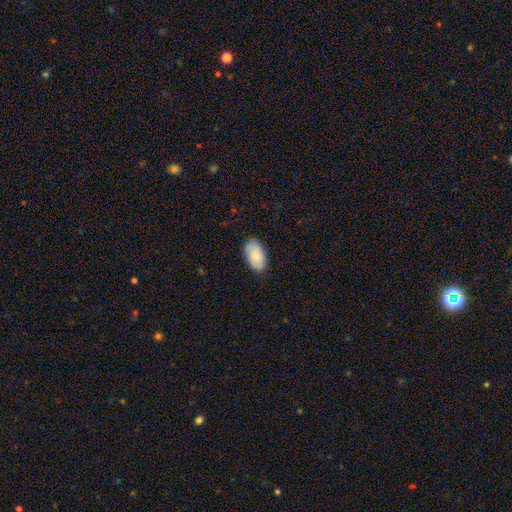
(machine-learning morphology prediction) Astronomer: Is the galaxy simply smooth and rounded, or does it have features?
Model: smooth — 82%.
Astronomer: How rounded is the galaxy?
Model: in between — 95%.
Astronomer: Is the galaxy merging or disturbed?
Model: none — 83%.